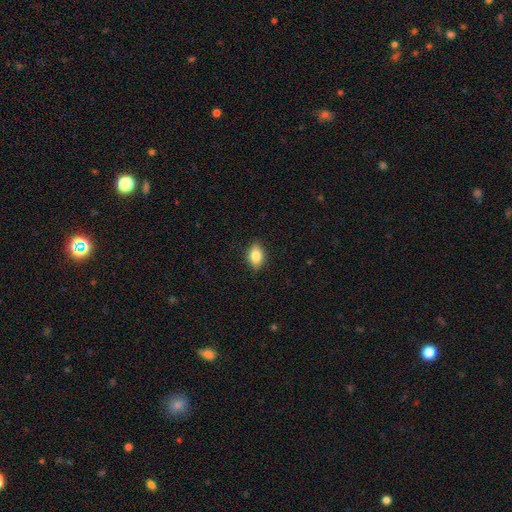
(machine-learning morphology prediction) smooth 83%, featured or disk 9%, star or artifact 8%. Down the decision tree: how rounded — in between (84%); merging — none (86%).